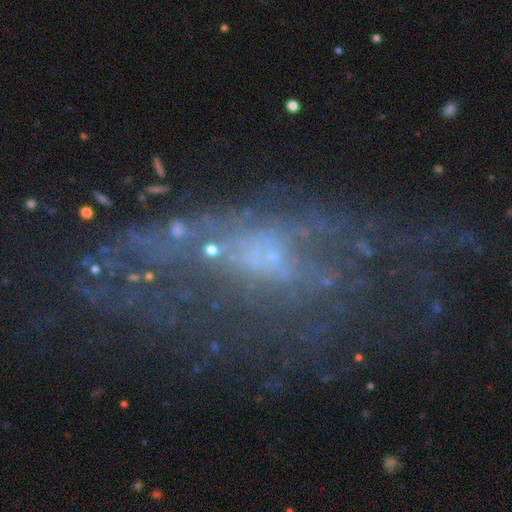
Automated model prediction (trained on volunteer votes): smooth-or-featured: featured or disk: 68% | star or artifact: 17% | smooth: 15%
  disk-edge-on: no: 91% | yes: 9%
    bar: no: 67% | weak: 26% | strong: 6%
    has-spiral-arms: yes: 53% | no: 47%
    bulge-size: small: 53% | none: 22% | moderate: 21% | large: 3% | dominant: 1%
  merging: none: 47% | major disturbance: 30% | minor disturbance: 19% | merger: 4%